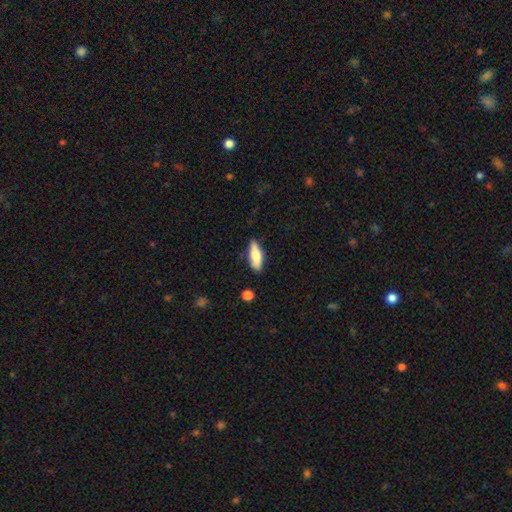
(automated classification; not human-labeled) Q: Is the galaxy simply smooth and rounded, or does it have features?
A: smooth — 72%.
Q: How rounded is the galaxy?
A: in between — 62%.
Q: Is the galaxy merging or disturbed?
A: none — 80%.